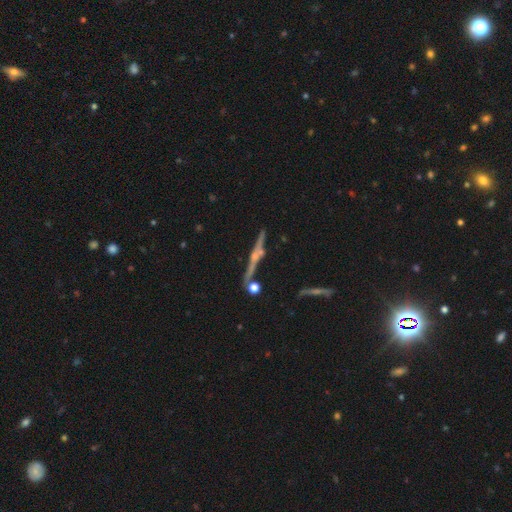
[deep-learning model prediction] smooth-or-featured: featured or disk: 74% | smooth: 17% | star or artifact: 9%
  disk-edge-on: yes: 96% | no: 4%
    edge-on-bulge: rounded: 67% | none: 23% | boxy: 10%
  merging: none: 78% | minor disturbance: 11% | merger: 7% | major disturbance: 4%